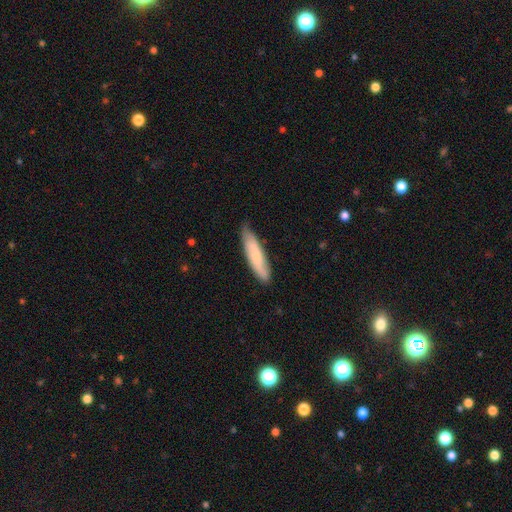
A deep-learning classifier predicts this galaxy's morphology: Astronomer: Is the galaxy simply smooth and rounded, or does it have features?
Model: smooth — 68%.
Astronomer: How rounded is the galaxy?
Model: cigar-shaped — 77%.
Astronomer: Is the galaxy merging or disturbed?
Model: none — 80%.